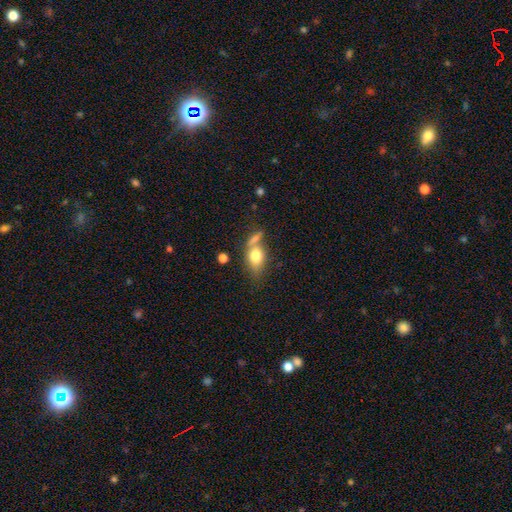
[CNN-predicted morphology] This is likely a smooth galaxy (75%). How rounded: likely in between (78%). Merging: marginally none (43%).